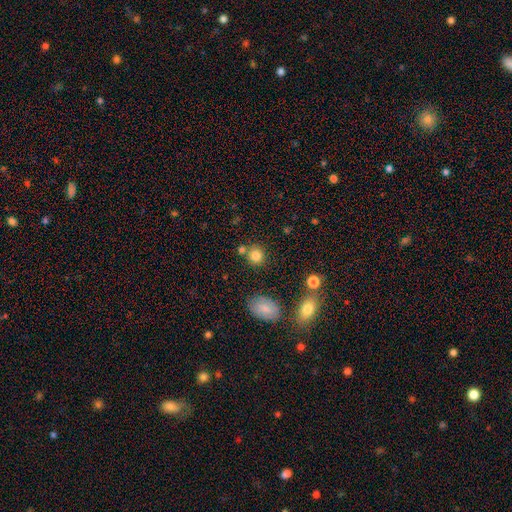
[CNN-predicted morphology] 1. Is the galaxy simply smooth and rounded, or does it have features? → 81% smooth, 12% star or artifact, 7% featured or disk.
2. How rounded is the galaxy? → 86% round, 13% in between, 1% cigar-shaped.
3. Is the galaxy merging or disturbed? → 72% none, 15% merger, 10% minor disturbance, 3% major disturbance.